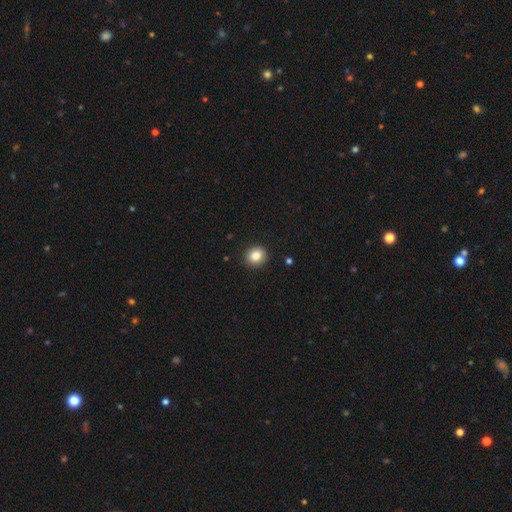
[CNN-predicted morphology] The model was most divided on "how rounded": round: 81%, in between: 18%, cigar-shaped: 1%. More confident: merging — none (90%); smooth or featured — smooth (86%).